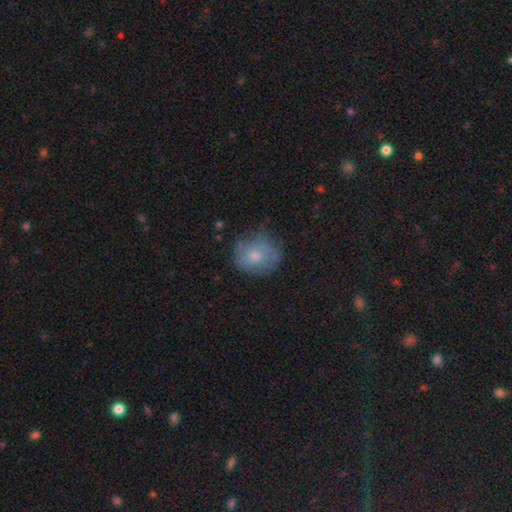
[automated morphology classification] Smooth or featured: smooth — 52% (featured or disk — 39%)
How rounded: round — 77% (in between — 22%)
Merging: none — 67% (minor disturbance — 23%)